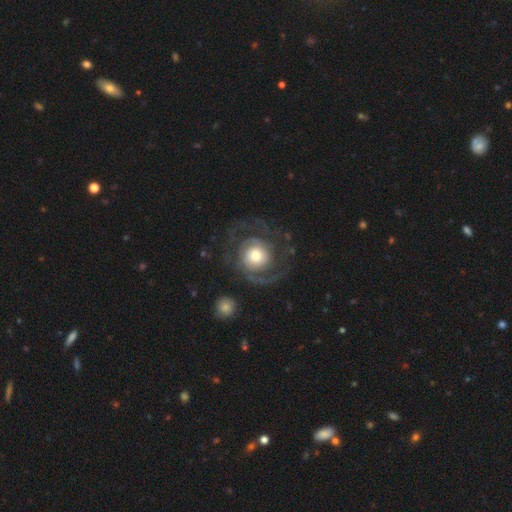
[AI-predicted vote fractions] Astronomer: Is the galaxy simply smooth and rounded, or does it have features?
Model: featured or disk — 81%.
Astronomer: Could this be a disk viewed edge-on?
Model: no — 98%.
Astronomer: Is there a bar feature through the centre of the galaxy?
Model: no — 76%.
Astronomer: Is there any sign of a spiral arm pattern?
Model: yes — 93%.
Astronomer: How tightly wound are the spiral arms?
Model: medium — 41% (runner-up: tight, 40%).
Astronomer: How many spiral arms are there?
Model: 2 — 52%.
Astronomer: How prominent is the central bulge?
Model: moderate — 51% (runner-up: large, 30%).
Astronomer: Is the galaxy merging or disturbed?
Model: none — 65%.